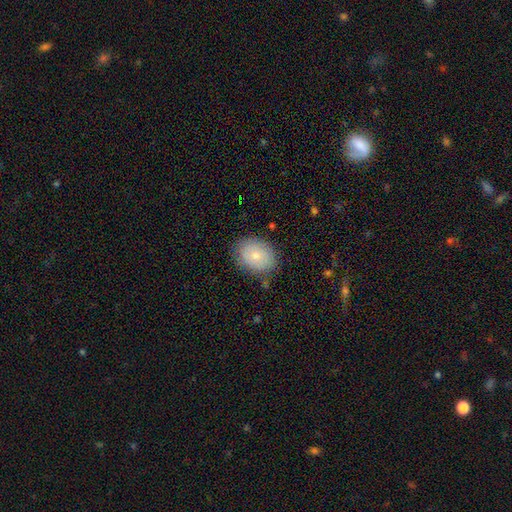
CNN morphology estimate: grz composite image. It shows a smooth galaxy with no disk features (75%) that is in between round and cigar-shaped (62%). Merging: none (79%).